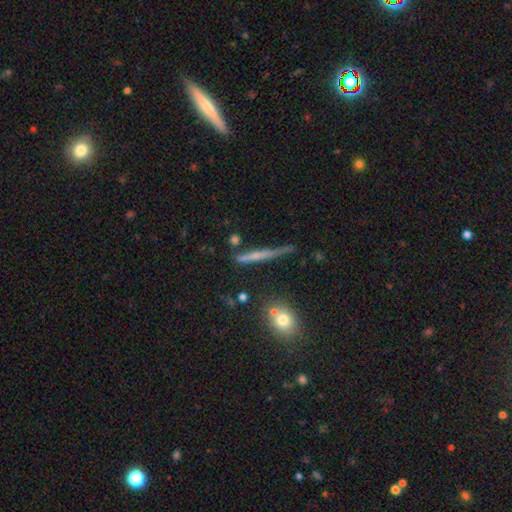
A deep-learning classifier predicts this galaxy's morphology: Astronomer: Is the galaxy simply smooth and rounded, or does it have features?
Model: featured or disk — 50% (runner-up: smooth, 39%).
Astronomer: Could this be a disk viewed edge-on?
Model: yes — 91%.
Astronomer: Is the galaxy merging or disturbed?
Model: none — 65%.